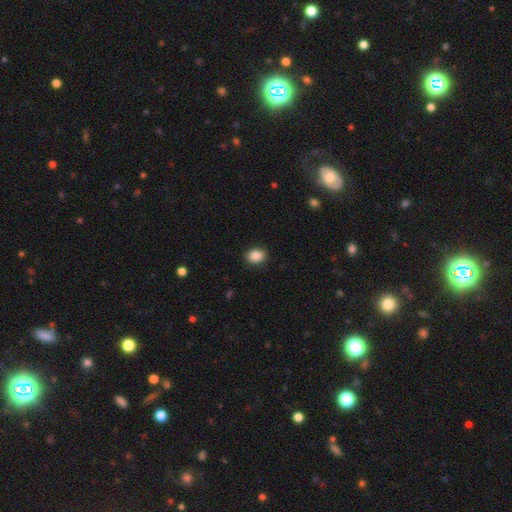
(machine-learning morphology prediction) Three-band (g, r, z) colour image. It shows a smooth galaxy with no disk features (88%) that is in between round and cigar-shaped (53%). Merging: none (89%).